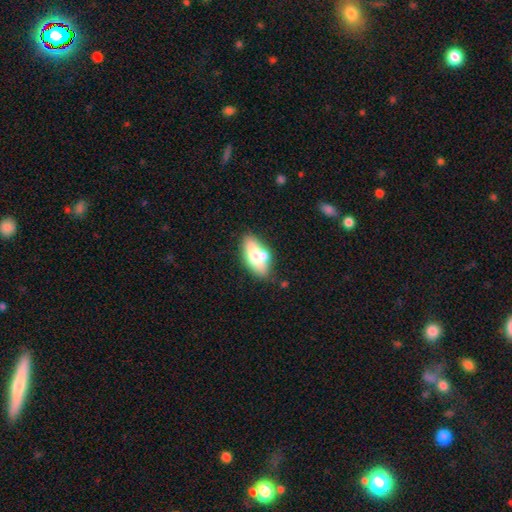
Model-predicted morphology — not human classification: This appears to be a smooth galaxy with no disk features (65%) that is in between round and cigar-shaped (86%). Merging: none (62%).